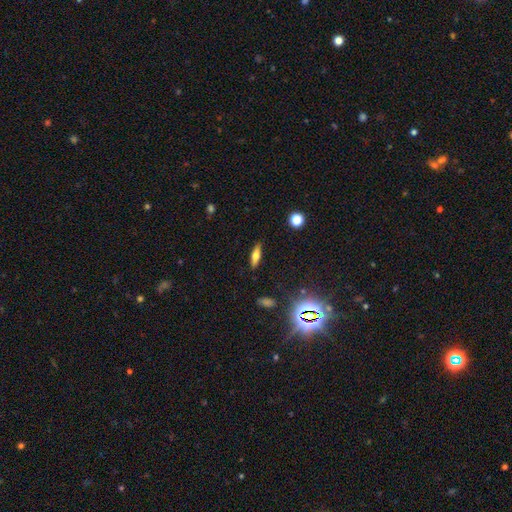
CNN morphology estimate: Smooth or featured?
  - smooth: 53% *
  - featured or disk: 36%
  - star or artifact: 11%
How rounded?
  - cigar-shaped: 49% *
  - in between: 47%
  - round: 4%
Merging?
  - none: 88% *
  - minor disturbance: 8%
  - major disturbance: 2%
  - merger: 1%